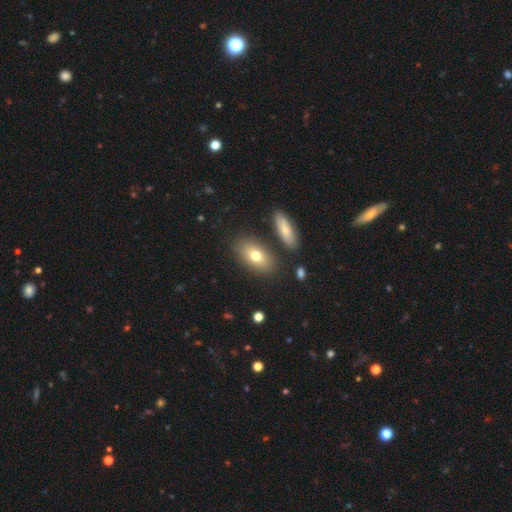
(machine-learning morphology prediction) Smooth or featured?
  - smooth: 73% *
  - featured or disk: 18%
  - star or artifact: 9%
How rounded?
  - in between: 85% *
  - round: 11%
  - cigar-shaped: 4%
Merging?
  - none: 80% *
  - minor disturbance: 10%
  - merger: 6%
  - major disturbance: 3%